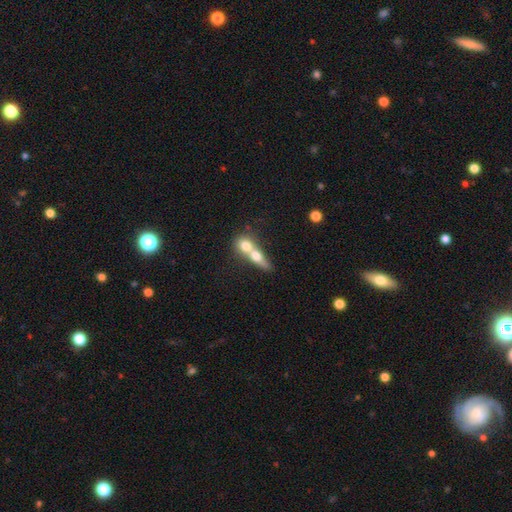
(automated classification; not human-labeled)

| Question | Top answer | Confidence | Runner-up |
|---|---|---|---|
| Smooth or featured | smooth | 62% | featured or disk (30%) |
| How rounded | in between | 42% | round (34%) |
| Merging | merger | 76% | none (16%) |